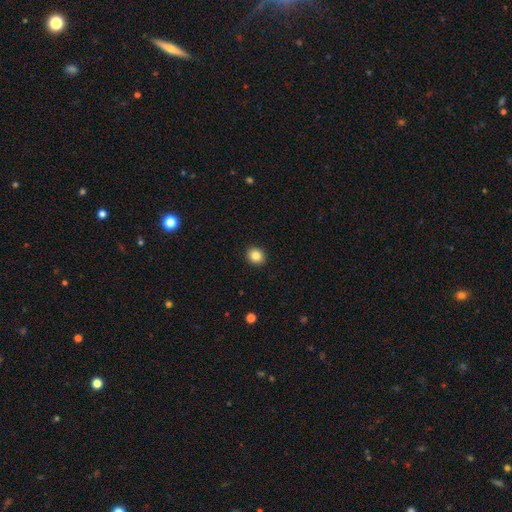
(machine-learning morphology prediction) smooth 85%, star or artifact 10%, featured or disk 6%. Down the decision tree: how rounded — round (75%); merging — none (92%).